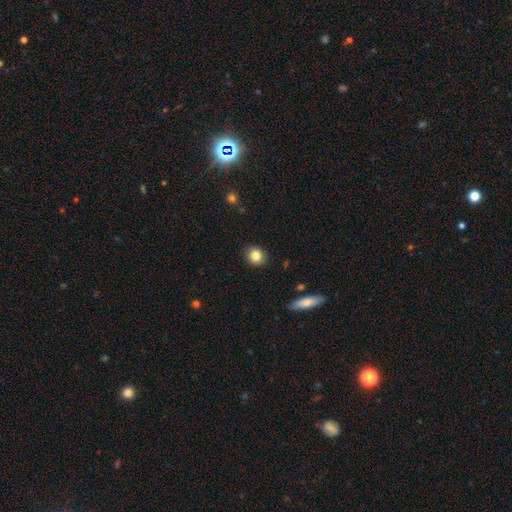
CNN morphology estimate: Overall: smooth (84%). How rounded: round (75%). Merging: none (89%).